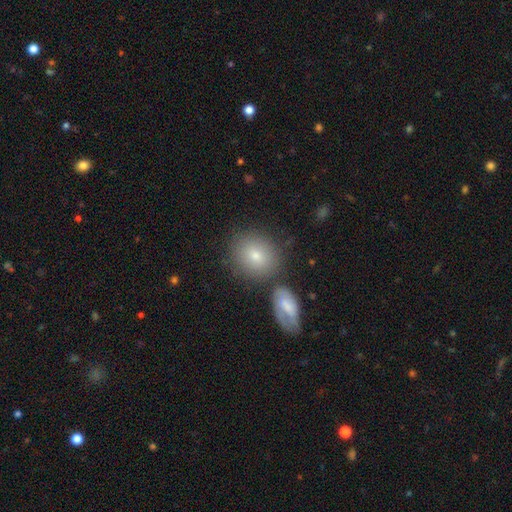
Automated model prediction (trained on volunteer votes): smooth 74%, featured or disk 15%, star or artifact 11%. Down the decision tree: how rounded — round (66%); merging — none (68%).